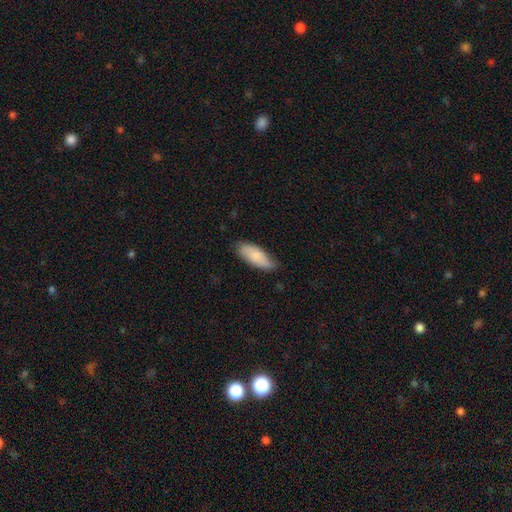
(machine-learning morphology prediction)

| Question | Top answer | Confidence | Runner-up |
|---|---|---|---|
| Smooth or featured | smooth | 81% | featured or disk (13%) |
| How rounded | in between | 77% | cigar-shaped (22%) |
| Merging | none | 70% | minor disturbance (25%) |